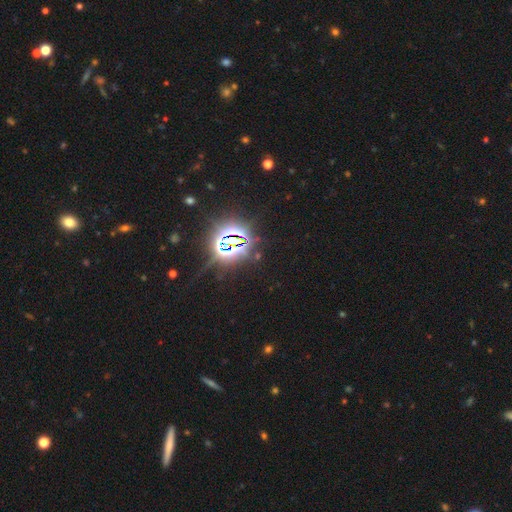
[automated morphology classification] Smooth or featured?
  - star or artifact: 84% *
  - smooth: 8%
  - featured or disk: 7%